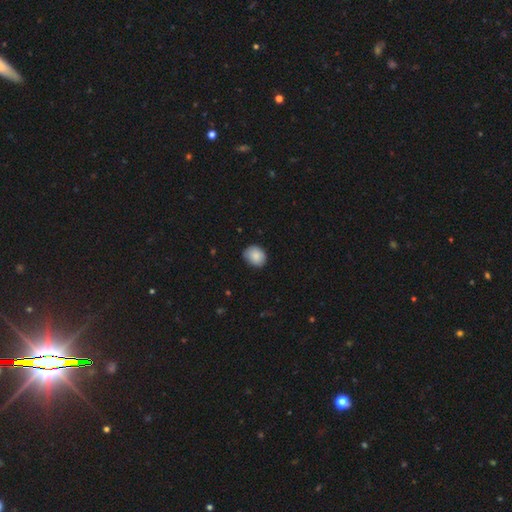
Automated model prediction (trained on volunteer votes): A smooth galaxy with no disk features (87%) that is round (52%). Merging: none (79%).